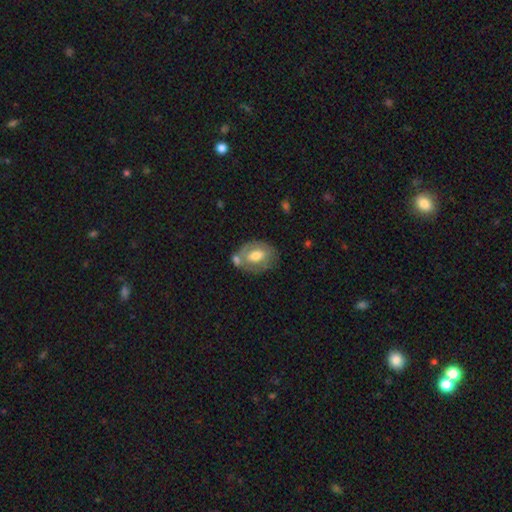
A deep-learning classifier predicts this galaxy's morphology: smooth_or_featured: smooth (p=0.51) [alt: featured or disk p=0.42]
how_rounded: in between (p=0.71) [alt: round p=0.27]
merging: none (p=0.55) [alt: merger p=0.19]